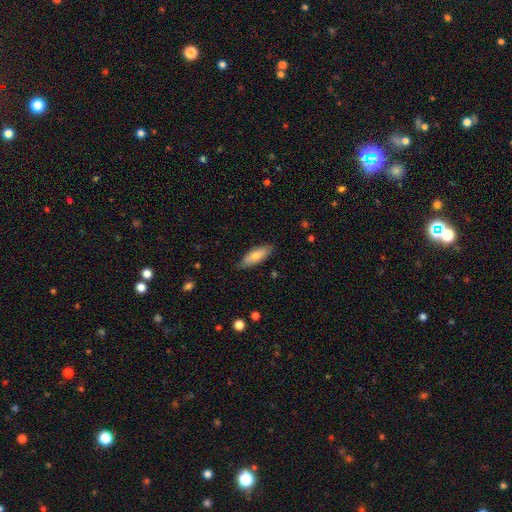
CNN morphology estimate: A smooth galaxy with no disk features (76%) that is in between round and cigar-shaped (69%). Merging: none (81%).